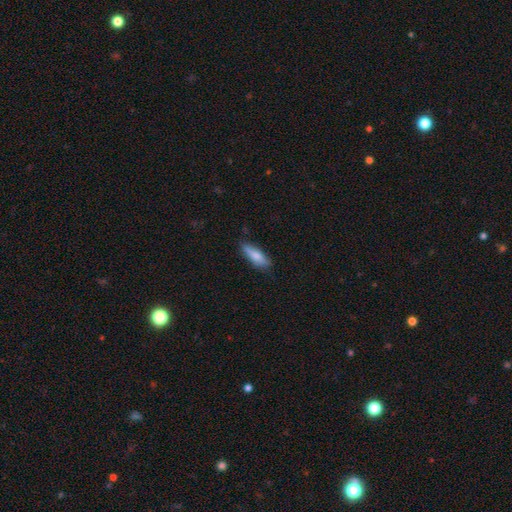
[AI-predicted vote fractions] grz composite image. It shows a smooth galaxy with no disk features (77%) that is cigar-shaped (50%). Merging: none (71%).